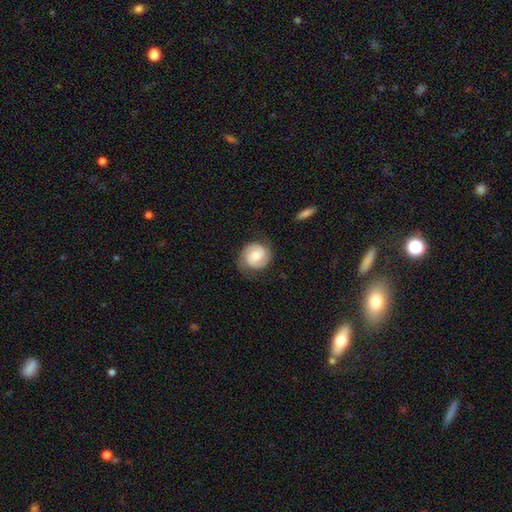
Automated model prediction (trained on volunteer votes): This is likely a featured or disk galaxy (69%). It is clearly not viewed edge-on (98%). Bar: possibly no (49%). Spiral arm pattern: clearly yes (95%). Spiral arm count: clearly 2 (85%). Spiral winding: possibly tight (53%). Central bulge: possibly moderate (50%). Merging: likely none (75%).